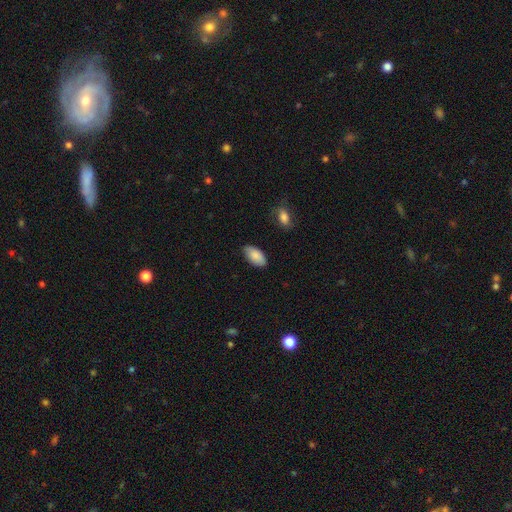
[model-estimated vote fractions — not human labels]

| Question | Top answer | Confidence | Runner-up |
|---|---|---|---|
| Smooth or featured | smooth | 87% | star or artifact (7%) |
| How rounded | in between | 95% | cigar-shaped (3%) |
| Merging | none | 80% | minor disturbance (16%) |